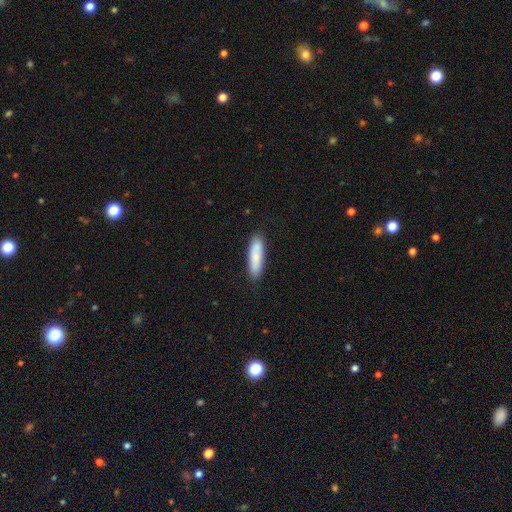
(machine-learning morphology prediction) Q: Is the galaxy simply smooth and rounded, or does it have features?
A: smooth — 79%.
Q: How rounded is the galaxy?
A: cigar-shaped — 63%.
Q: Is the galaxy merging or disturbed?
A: none — 84%.